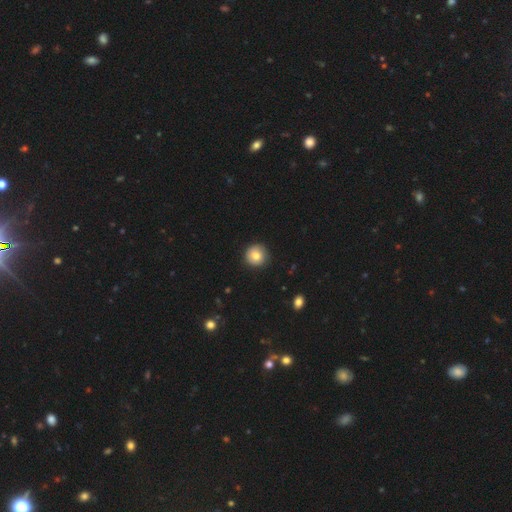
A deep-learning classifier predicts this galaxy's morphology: A smooth galaxy with no disk features (80%) that is round (94%). Merging: none (88%).